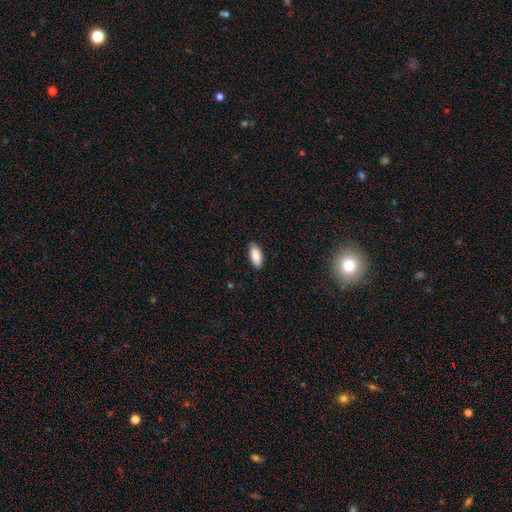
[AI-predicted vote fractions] smooth 90%, star or artifact 6%, featured or disk 4%. Down the decision tree: how rounded — in between (90%); merging — none (87%).